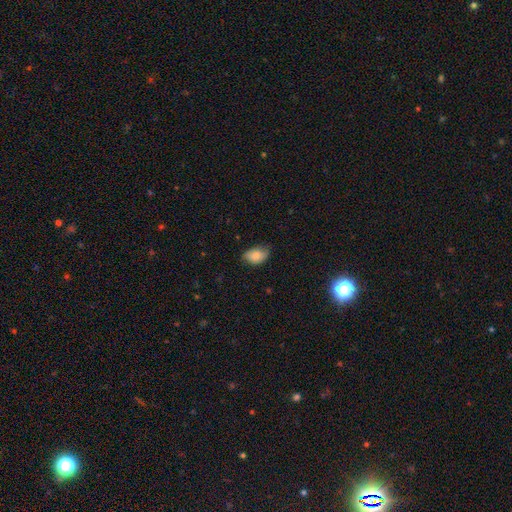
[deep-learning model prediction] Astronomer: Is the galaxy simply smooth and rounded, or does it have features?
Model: smooth — 79%.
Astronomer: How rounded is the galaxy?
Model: in between — 88%.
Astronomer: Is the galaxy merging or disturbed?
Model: none — 69%.